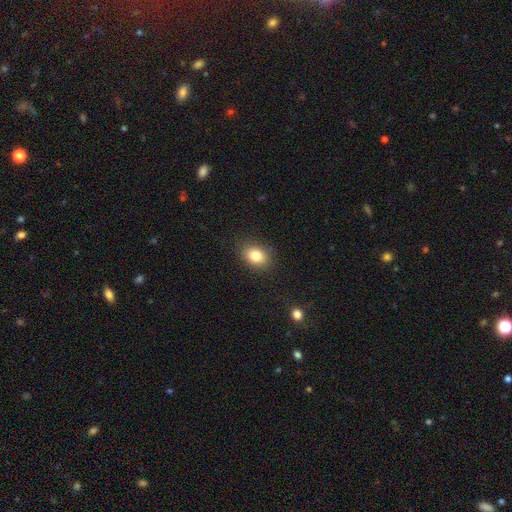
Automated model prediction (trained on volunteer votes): Q: Smooth or featured?
A: smooth (83%); runner-up: star or artifact (10%)
Q: How rounded?
A: in between (65%); runner-up: round (34%)
Q: Merging?
A: none (87%); runner-up: minor disturbance (9%)